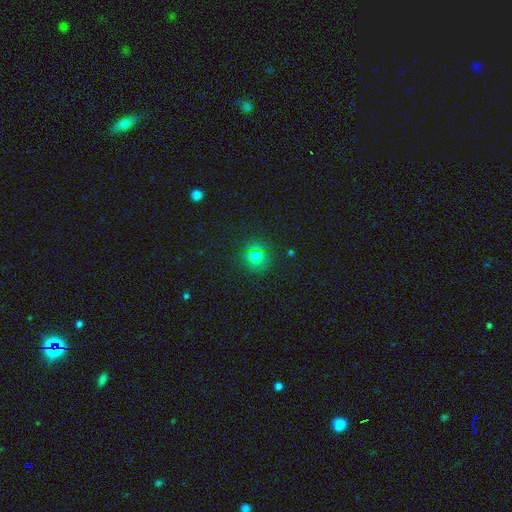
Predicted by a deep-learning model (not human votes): smooth-or-featured: smooth: 73% | star or artifact: 20% | featured or disk: 7%
  how-rounded: round: 89% | in between: 10% | cigar-shaped: 1%
  merging: none: 83% | minor disturbance: 11% | major disturbance: 4% | merger: 2%